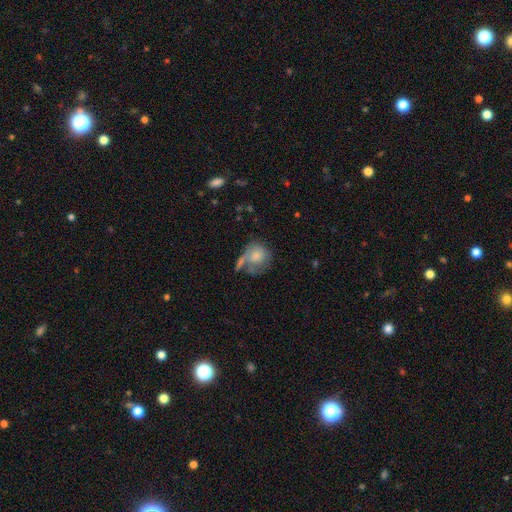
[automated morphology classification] Smooth or featured: smooth — 64% (featured or disk — 28%)
How rounded: round — 75% (in between — 24%)
Merging: none — 36% (major disturbance — 23%)